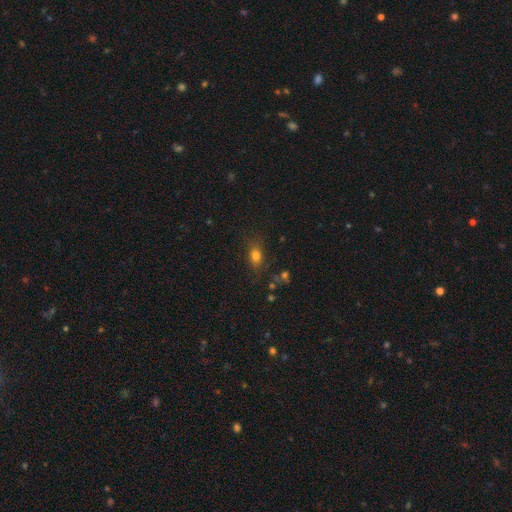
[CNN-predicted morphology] Smooth or featured? Predicted: smooth (p=0.76). How rounded? Predicted: in between (p=0.69). Merging? Predicted: none (p=0.76).